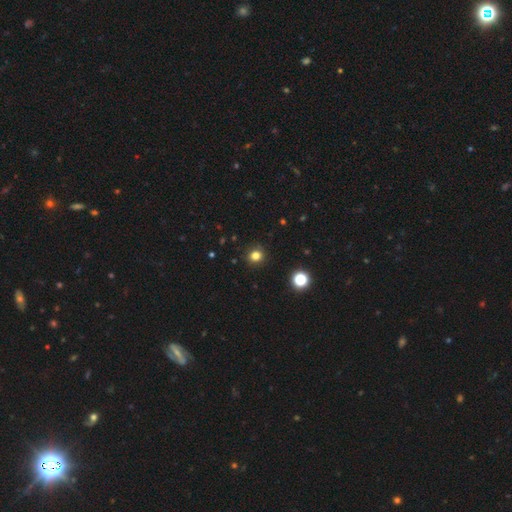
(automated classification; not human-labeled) This appears to be a smooth galaxy with no disk features (80%) that is round (88%). Merging: none (91%).